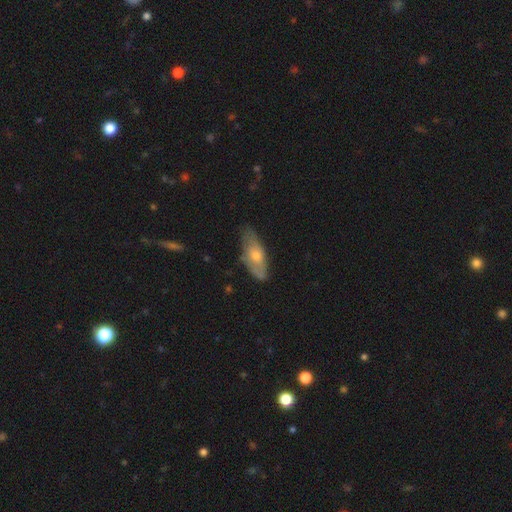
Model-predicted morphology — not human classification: smooth_or_featured: smooth (p=0.47) [tied with: featured or disk p=0.47]
merging: none (p=0.67) [alt: minor disturbance p=0.26]